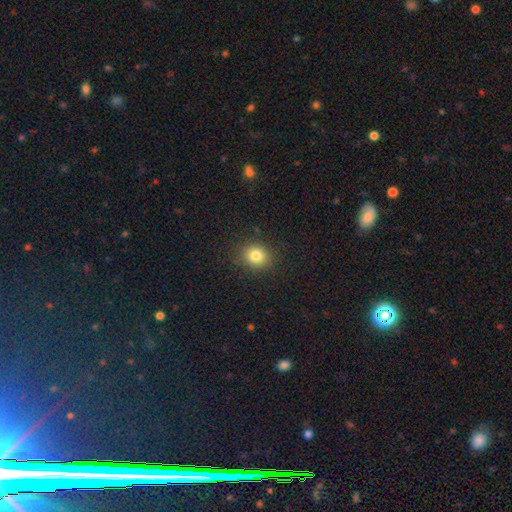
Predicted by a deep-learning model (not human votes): A smooth galaxy with no disk features (81%) that is round (74%).

Vote fractions:
- Smooth or featured? smooth: 81% / star or artifact: 12% / featured or disk: 7%
- How rounded? round: 74% / in between: 25% / cigar-shaped: 1%
- Merging? none: 88% / minor disturbance: 8% / major disturbance: 3% / merger: 1%